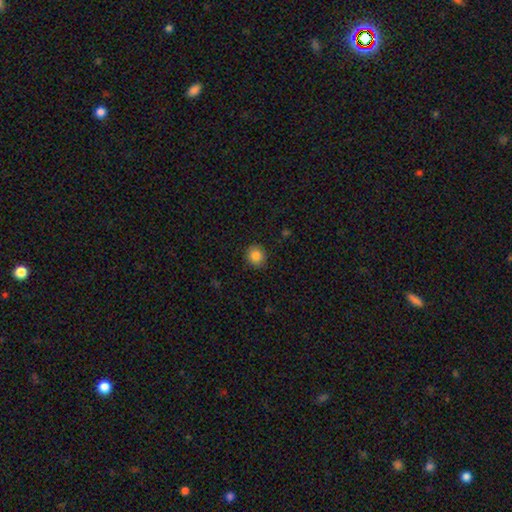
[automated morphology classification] The model was most divided on "smooth or featured": smooth: 84%, star or artifact: 10%, featured or disk: 6%. More confident: merging — none (89%); how rounded — round (87%).